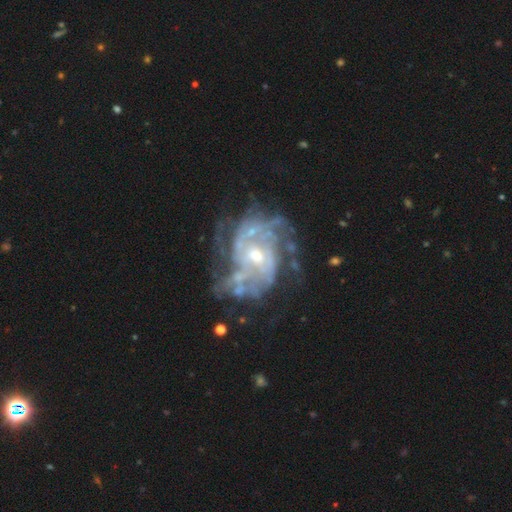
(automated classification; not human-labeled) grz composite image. It shows a featured or disk galaxy (88%) with no bar (60%), tight (47%) spiral arms (92%) and a moderate central bulge (52%). Merging: none (57%).